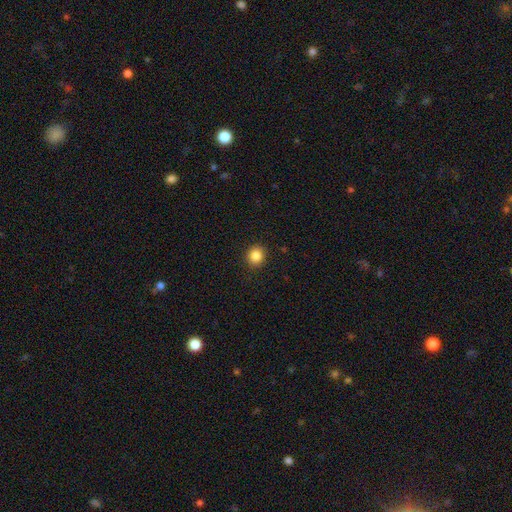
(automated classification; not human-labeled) Smooth or featured? Predicted: smooth (p=0.85). How rounded? Predicted: round (p=0.85). Merging? Predicted: none (p=0.91).